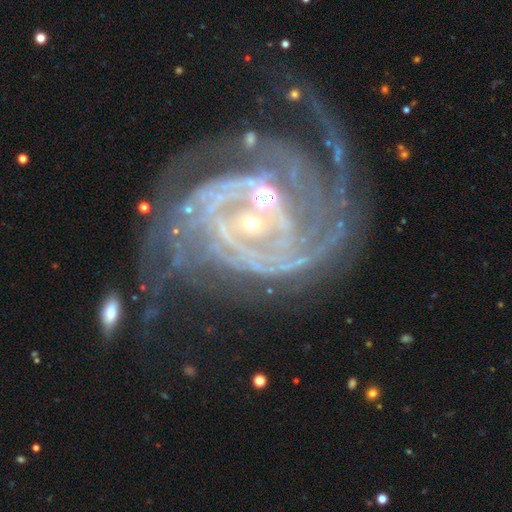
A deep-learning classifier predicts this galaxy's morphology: Smooth or featured: featured or disk — 90% (star or artifact — 6%)
Edge-on disk: no — 98% (yes — 2%)
Bar: no — 48% (weak — 33%)
Spiral arms: yes — 97% (no — 3%)
Spiral winding: tight — 52% (medium — 36%)
Spiral arm count: 2 — 29% (3 — 20%)
Bulge size: small — 62% (moderate — 31%)
Merging: none — 41% (major disturbance — 26%)